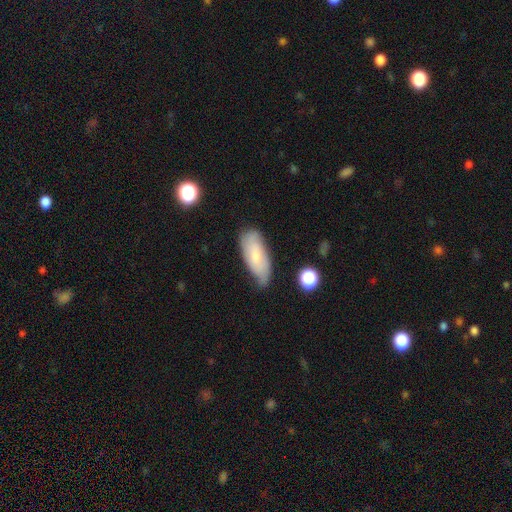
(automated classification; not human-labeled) Q: Smooth or featured?
A: smooth (59%); runner-up: featured or disk (33%)
Q: How rounded?
A: in between (81%); runner-up: cigar-shaped (17%)
Q: Merging?
A: none (61%); runner-up: minor disturbance (31%)